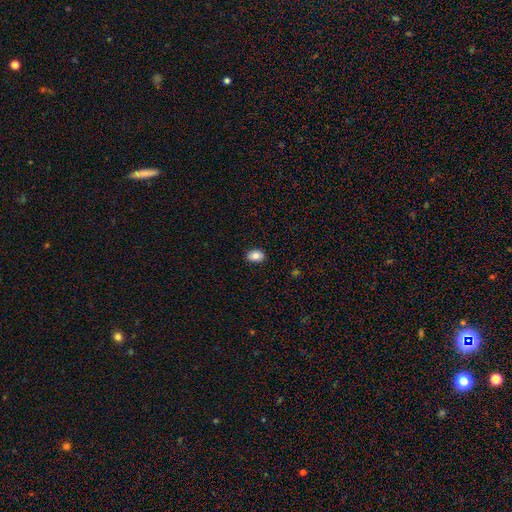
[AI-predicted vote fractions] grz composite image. It shows a smooth galaxy with no disk features (84%) that is in between round and cigar-shaped (82%). Merging: none (87%).